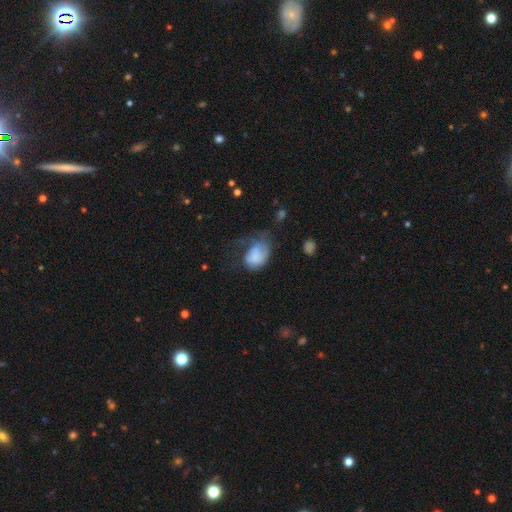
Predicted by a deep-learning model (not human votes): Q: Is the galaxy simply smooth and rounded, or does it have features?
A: smooth — 68%.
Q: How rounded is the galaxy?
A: in between — 78%.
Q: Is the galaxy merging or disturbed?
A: major disturbance — 46%.